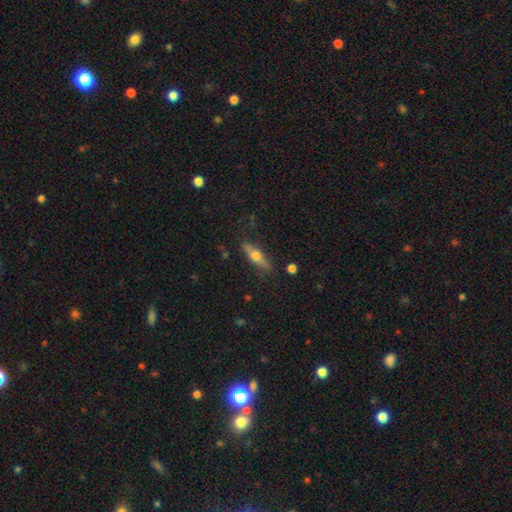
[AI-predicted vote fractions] Smooth or featured? featured or disk (52%)
Edge-on disk? yes (91%)
Merging? none (83%)